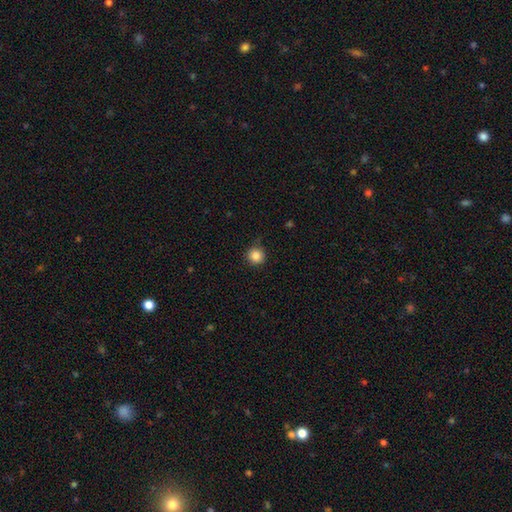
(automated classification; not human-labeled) A smooth galaxy with no disk features (85%) that is round (95%).

Vote fractions:
- Smooth or featured? smooth: 85% / star or artifact: 11% / featured or disk: 4%
- How rounded? round: 95% / in between: 4% / cigar-shaped: 1%
- Merging? none: 87% / minor disturbance: 10% / major disturbance: 2% / merger: 1%